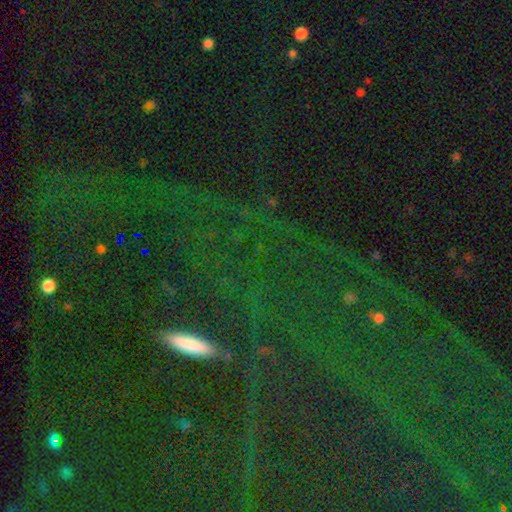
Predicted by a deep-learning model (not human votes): Morphology: type=star or artifact (67%).